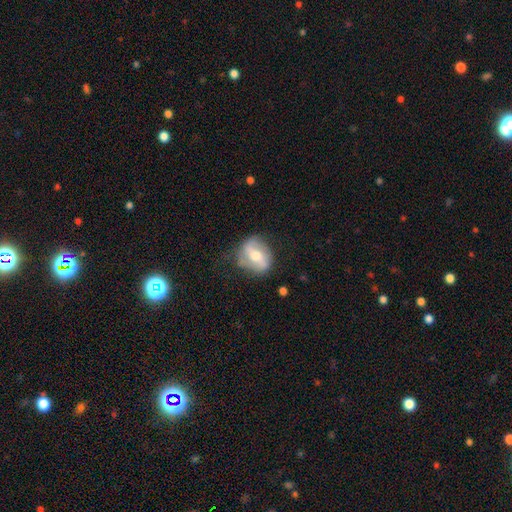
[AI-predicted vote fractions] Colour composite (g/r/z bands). It shows a featured or disk galaxy (58%) with a weak bar (37%), spiral arms (65%) and a moderate central bulge (69%). Merging: none (66%).